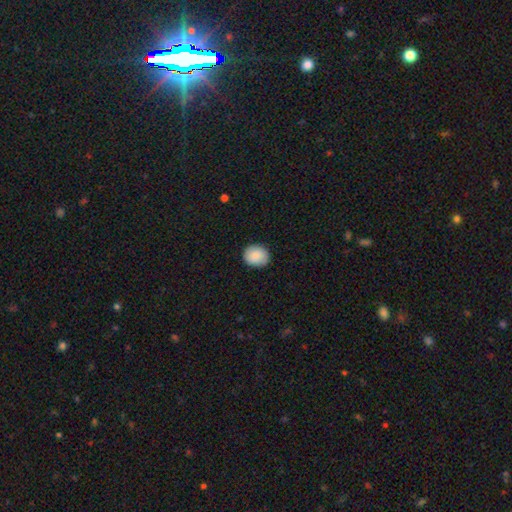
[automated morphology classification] This appears to be a smooth galaxy with no disk features (87%) that is round (73%). Merging: none (88%).